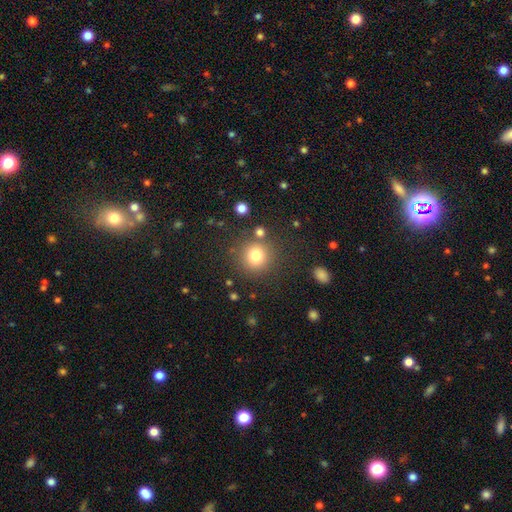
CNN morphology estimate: Smooth or featured?
  - smooth: 79% *
  - star or artifact: 13%
  - featured or disk: 8%
How rounded?
  - round: 92% *
  - in between: 7%
  - cigar-shaped: 1%
Merging?
  - none: 82% *
  - minor disturbance: 8%
  - merger: 6%
  - major disturbance: 4%